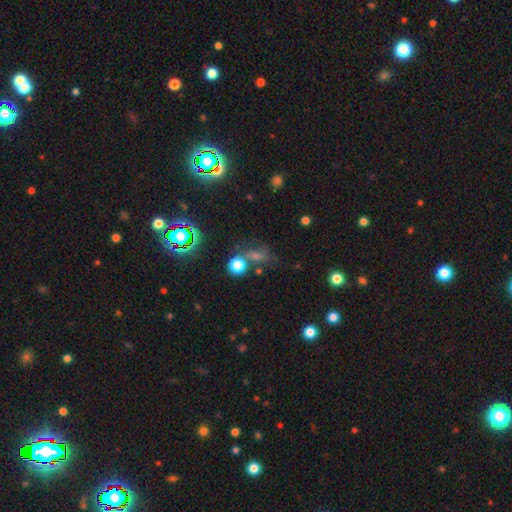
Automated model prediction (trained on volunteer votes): Overall: star or artifact (47%; smooth 39%).